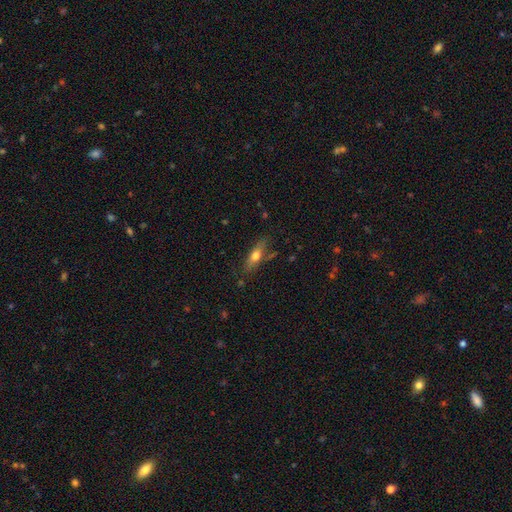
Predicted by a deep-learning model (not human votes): The model was most divided on "how rounded": cigar-shaped: 52%, in between: 44%, round: 4%. More confident: merging — none (75%); smooth or featured — smooth (54%).